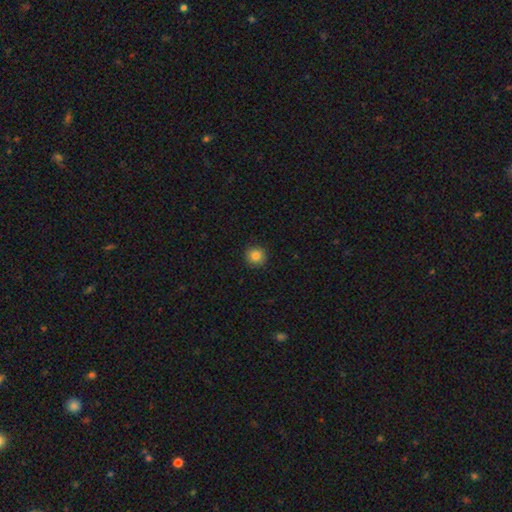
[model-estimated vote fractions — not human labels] smooth_or_featured: smooth (p=0.84) [alt: star or artifact p=0.11]
how_rounded: round (p=0.94) [alt: in between p=0.05]
merging: none (p=0.92) [alt: minor disturbance p=0.05]